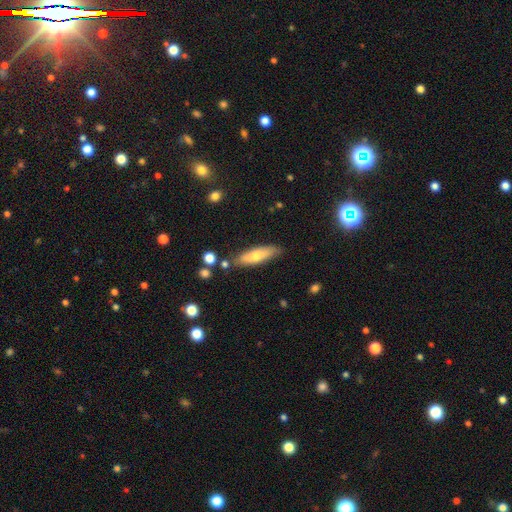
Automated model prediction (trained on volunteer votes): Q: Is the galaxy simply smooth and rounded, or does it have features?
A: smooth — 61%.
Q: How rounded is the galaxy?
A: cigar-shaped — 62%.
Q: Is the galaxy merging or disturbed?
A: none — 83%.